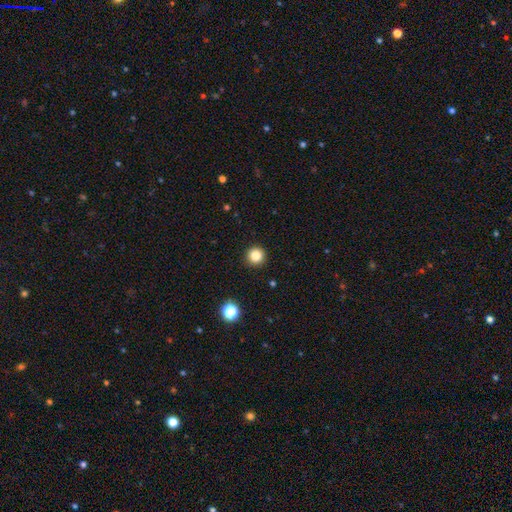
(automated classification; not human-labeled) This is clearly a smooth galaxy (84%). How rounded: clearly round (96%). Merging: clearly none (93%).